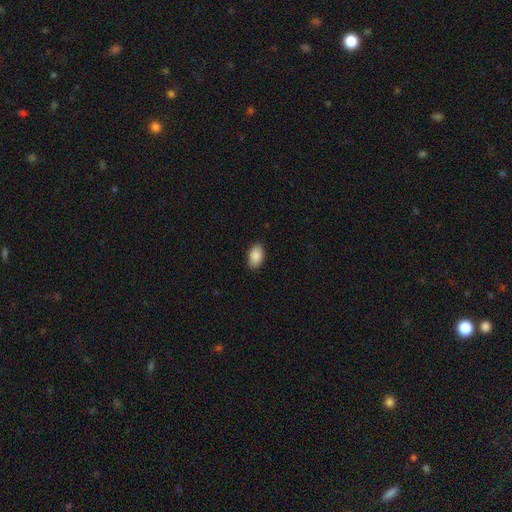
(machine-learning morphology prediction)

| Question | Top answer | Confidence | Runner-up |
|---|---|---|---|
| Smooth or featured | smooth | 89% | star or artifact (7%) |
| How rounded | in between | 93% | round (5%) |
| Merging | none | 88% | minor disturbance (9%) |